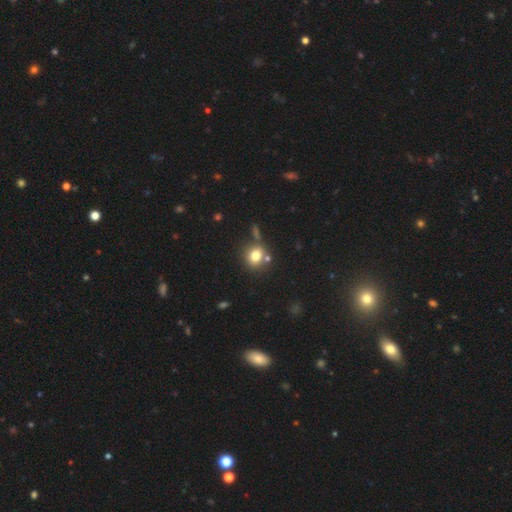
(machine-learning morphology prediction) Smooth or featured? smooth (77%)
How rounded? round (77%)
Merging? none (69%)